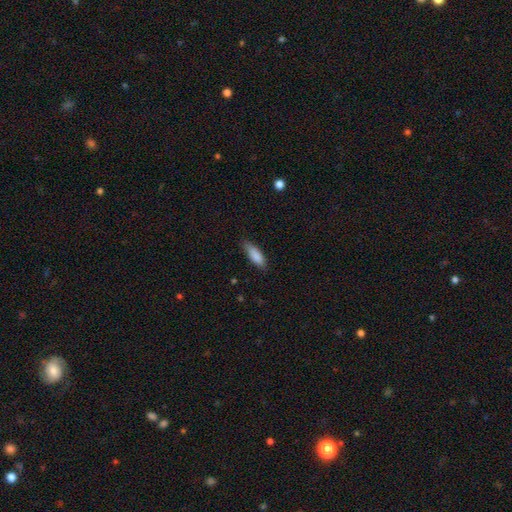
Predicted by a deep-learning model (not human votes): Smooth or featured: smooth — 87% (featured or disk — 7%)
How rounded: in between — 54% (cigar-shaped — 44%)
Merging: none — 77% (minor disturbance — 19%)